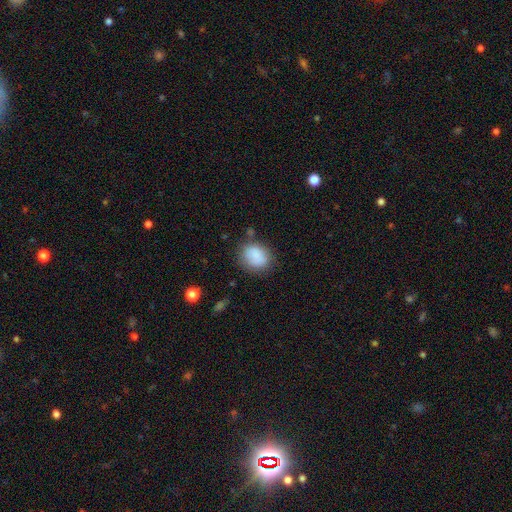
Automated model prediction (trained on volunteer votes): The model was most divided on "how rounded": in between: 53%, round: 46%, cigar-shaped: 1%. More confident: smooth or featured — smooth (85%); merging — none (74%).